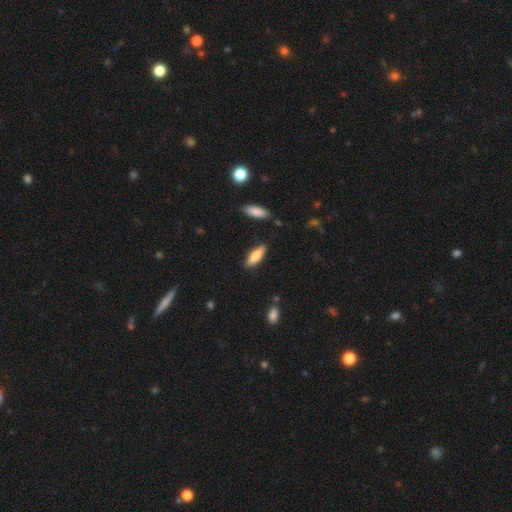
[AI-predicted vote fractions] Q: Smooth or featured?
A: smooth (72%); runner-up: featured or disk (22%)
Q: How rounded?
A: in between (49%); tied with: cigar-shaped (49%)
Q: Merging?
A: none (84%); runner-up: minor disturbance (11%)